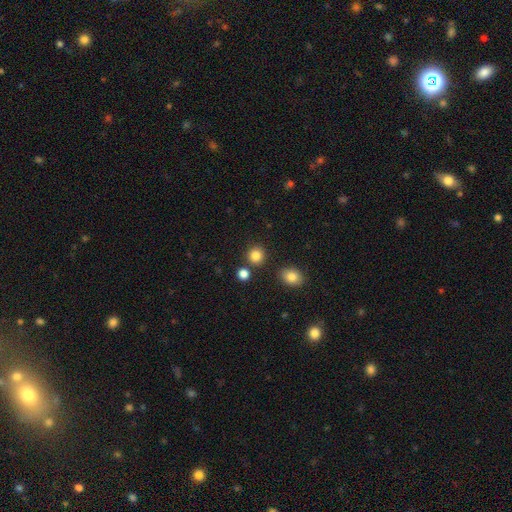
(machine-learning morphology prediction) type=smooth (85%); roundness=round (89%); merging=none (85%).